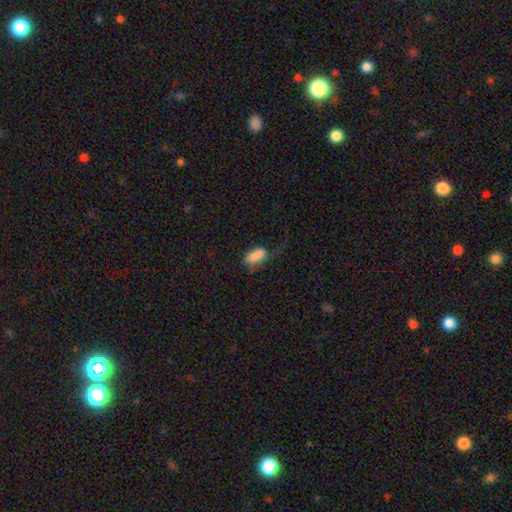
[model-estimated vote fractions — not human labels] Q: Smooth or featured?
A: smooth (79%); runner-up: featured or disk (12%)
Q: How rounded?
A: in between (90%); runner-up: cigar-shaped (5%)
Q: Merging?
A: none (33%); runner-up: major disturbance (29%)